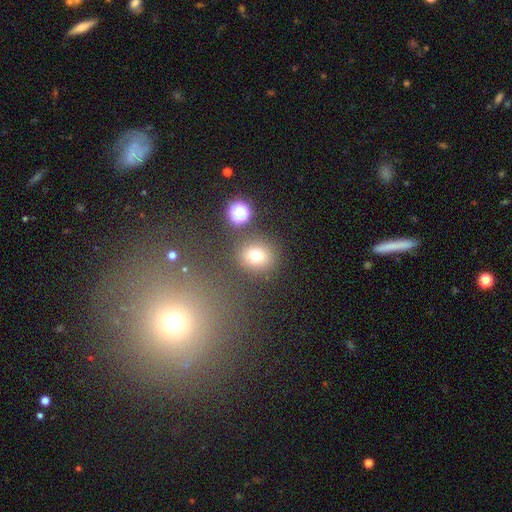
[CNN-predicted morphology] A smooth galaxy with no disk features (74%) that is round (81%). Merging: none (82%).